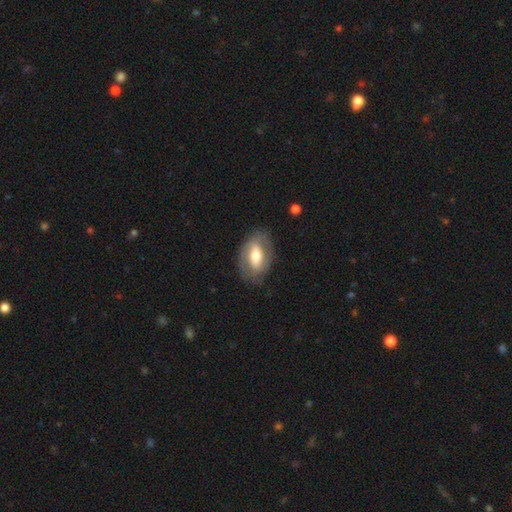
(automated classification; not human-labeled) This appears to be a featured or disk galaxy (55%). Merging: none (77%).